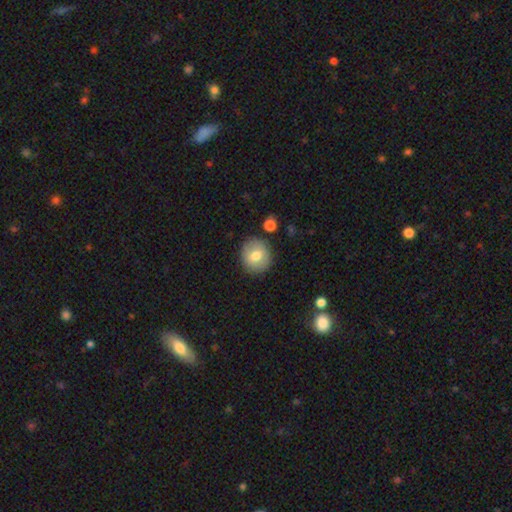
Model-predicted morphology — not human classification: A smooth galaxy with no disk features (75%) that is round (88%).

Vote fractions:
- Smooth or featured? smooth: 75% / featured or disk: 17% / star or artifact: 8%
- How rounded? round: 88% / in between: 11% / cigar-shaped: 1%
- Merging? none: 86% / minor disturbance: 9% / merger: 3% / major disturbance: 2%